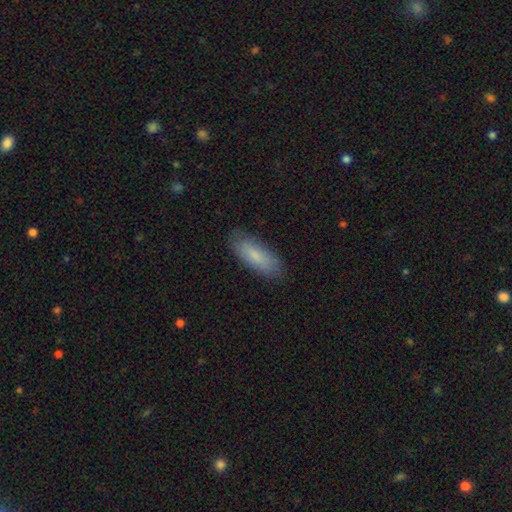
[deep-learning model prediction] smooth-or-featured: smooth: 79% | featured or disk: 14% | star or artifact: 6%
  how-rounded: in between: 68% | cigar-shaped: 30% | round: 2%
  merging: none: 83% | minor disturbance: 13% | major disturbance: 3% | merger: 1%